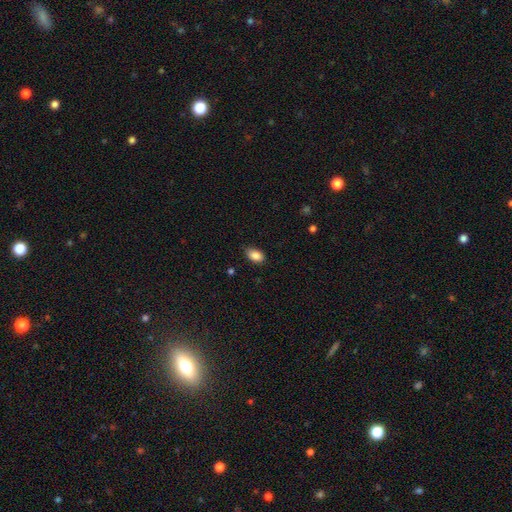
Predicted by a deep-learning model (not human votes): Smooth or featured? smooth (88%)
How rounded? in between (90%)
Merging? none (82%)